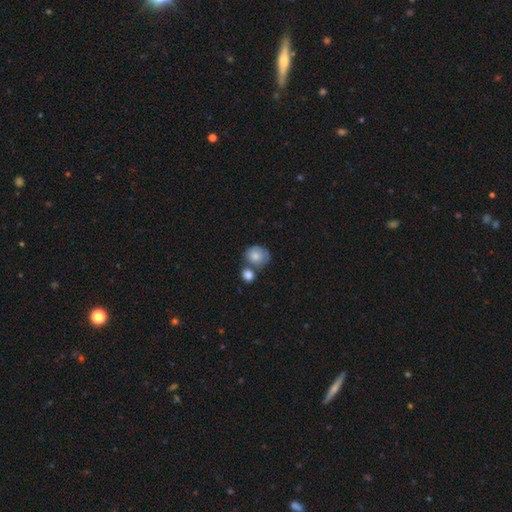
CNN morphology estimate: Smooth or featured?
  - smooth: 78% *
  - featured or disk: 15%
  - star or artifact: 7%
How rounded?
  - round: 72% *
  - in between: 27%
  - cigar-shaped: 1%
Merging?
  - none: 43% *
  - merger: 36%
  - minor disturbance: 16%
  - major disturbance: 6%